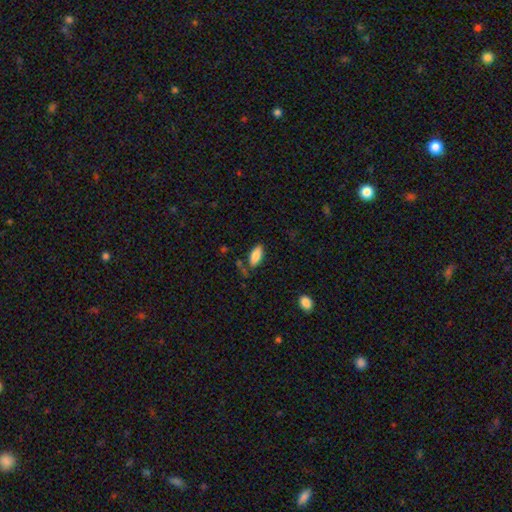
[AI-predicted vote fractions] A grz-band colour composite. It shows a smooth galaxy with no disk features (85%) that is in between round and cigar-shaped (88%). Merging: none (71%).